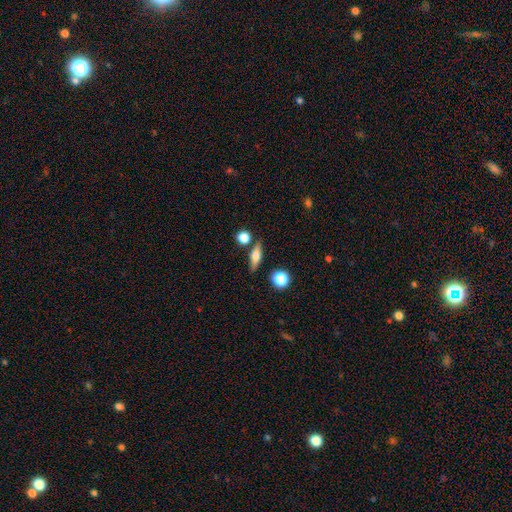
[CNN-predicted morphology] The model was most divided on "how rounded": cigar-shaped: 44%, in between: 43%, round: 13%. More confident: merging — none (80%); smooth or featured — smooth (50%).